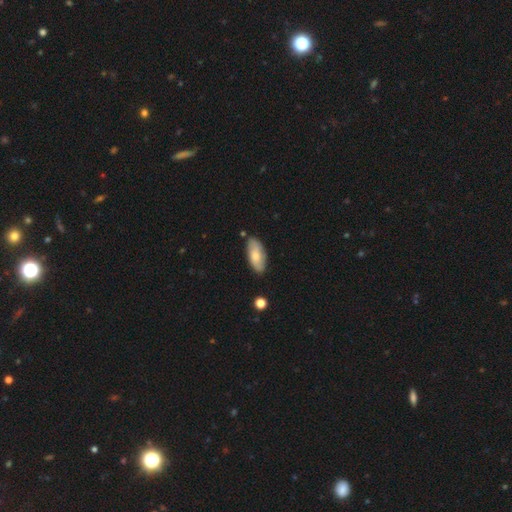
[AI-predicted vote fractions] Smooth or featured: smooth — 67% (featured or disk — 27%)
How rounded: in between — 88% (cigar-shaped — 10%)
Merging: none — 80% (minor disturbance — 14%)